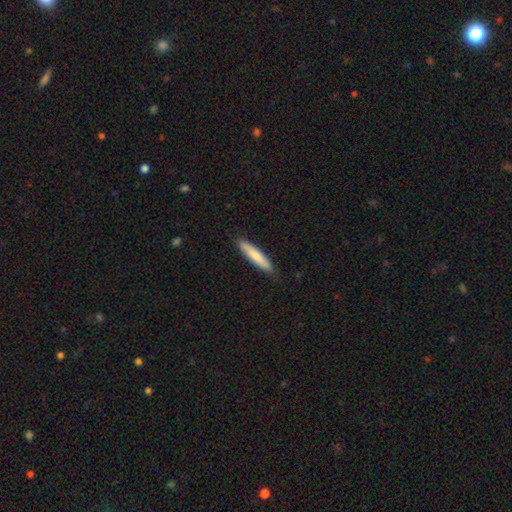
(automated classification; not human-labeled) smooth 80%, featured or disk 15%, star or artifact 5%. Down the decision tree: how rounded — cigar-shaped (89%); merging — none (86%).